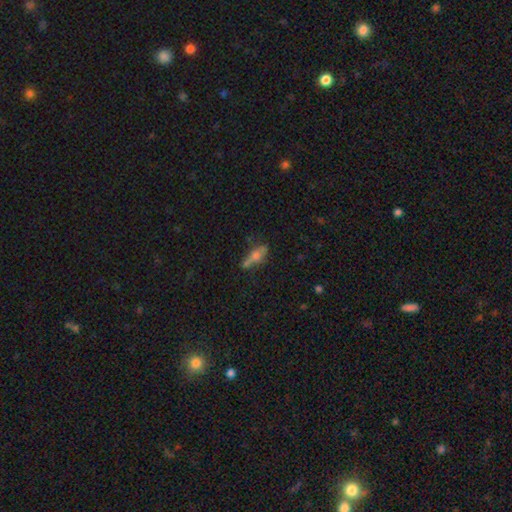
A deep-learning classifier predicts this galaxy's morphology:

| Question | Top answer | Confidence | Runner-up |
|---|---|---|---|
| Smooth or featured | smooth | 45% | featured or disk (42%) |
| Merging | none | 49% | minor disturbance (21%) |